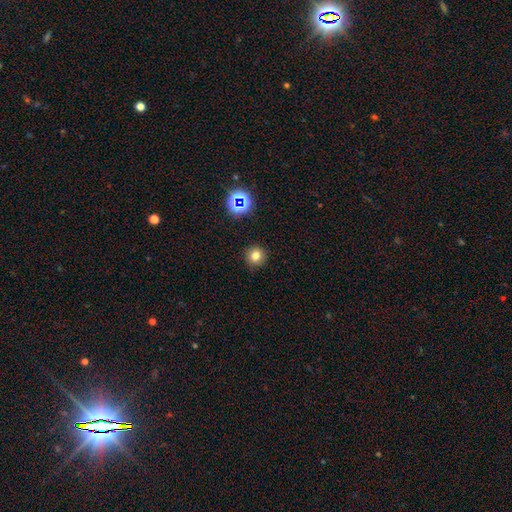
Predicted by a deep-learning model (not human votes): A smooth galaxy with no disk features (76%) that is round (94%).

Vote fractions:
- Smooth or featured? smooth: 76% / star or artifact: 17% / featured or disk: 7%
- How rounded? round: 94% / in between: 5% / cigar-shaped: 1%
- Merging? none: 90% / minor disturbance: 6% / major disturbance: 2% / merger: 1%